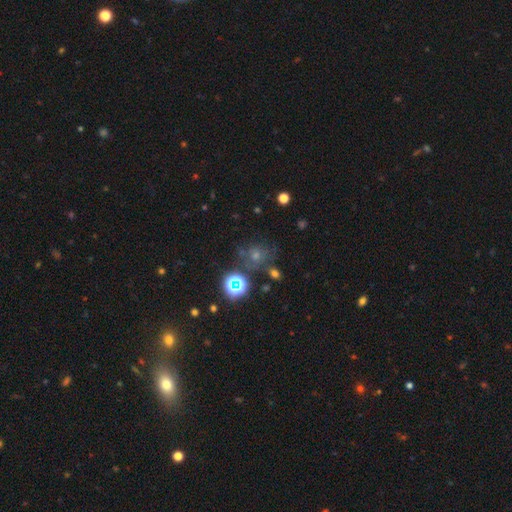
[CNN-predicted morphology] Smooth or featured? Predicted: smooth (p=0.53). How rounded? Predicted: round (p=0.83). Merging? Predicted: none (p=0.66).